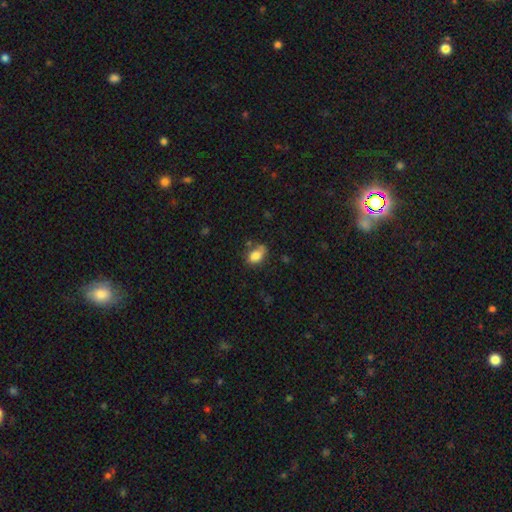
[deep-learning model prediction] Morphology: type=smooth (81%); roundness=in between (81%); merging=none (56%).